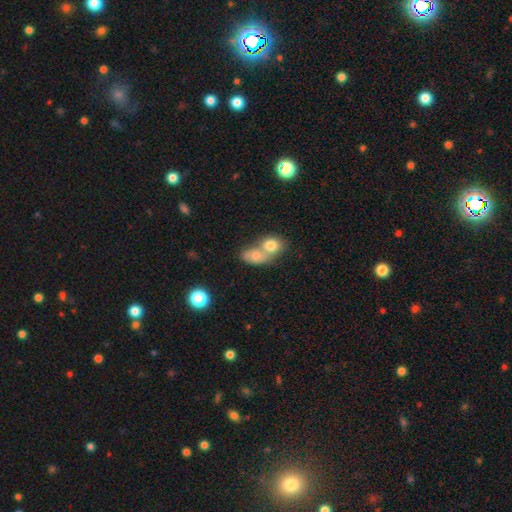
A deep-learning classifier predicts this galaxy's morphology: The model was most divided on "how rounded": in between: 60%, round: 38%, cigar-shaped: 2%. More confident: smooth or featured — smooth (73%); merging — merger (73%).